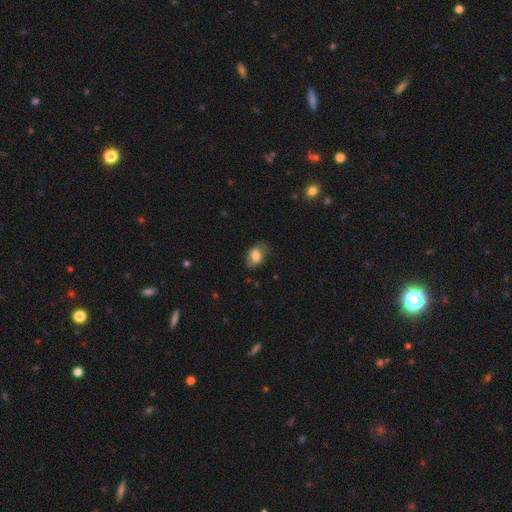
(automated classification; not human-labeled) smooth 70%, featured or disk 22%, star or artifact 8%. Down the decision tree: how rounded — in between (81%); merging — none (71%).